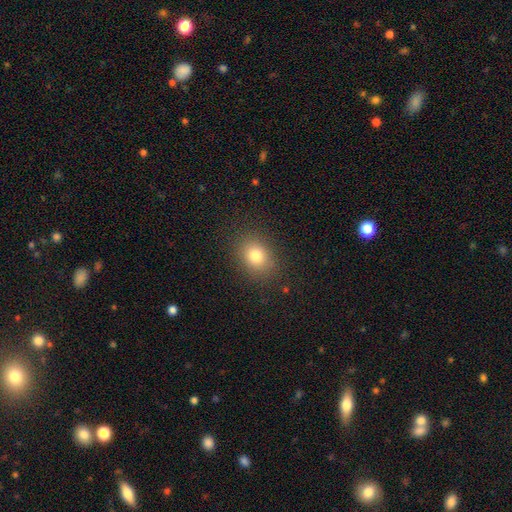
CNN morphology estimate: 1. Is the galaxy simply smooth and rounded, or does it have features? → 79% smooth, 12% star or artifact, 9% featured or disk.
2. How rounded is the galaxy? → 50% round, 49% in between, 1% cigar-shaped.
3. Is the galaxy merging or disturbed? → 86% none, 9% minor disturbance, 4% major disturbance, 1% merger.